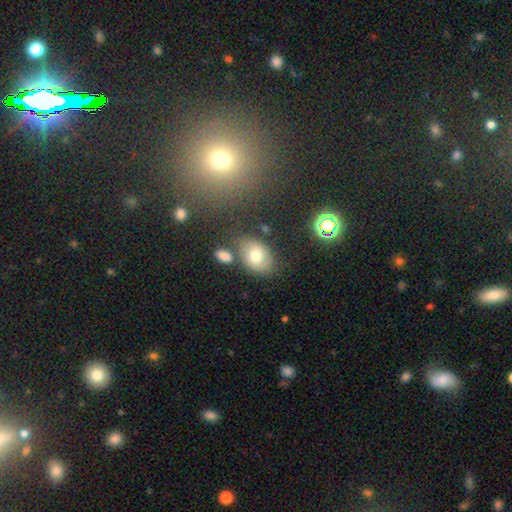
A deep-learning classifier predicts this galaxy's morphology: A smooth galaxy with no disk features (70%) that is in between round and cigar-shaped (75%). Merging: none (68%).